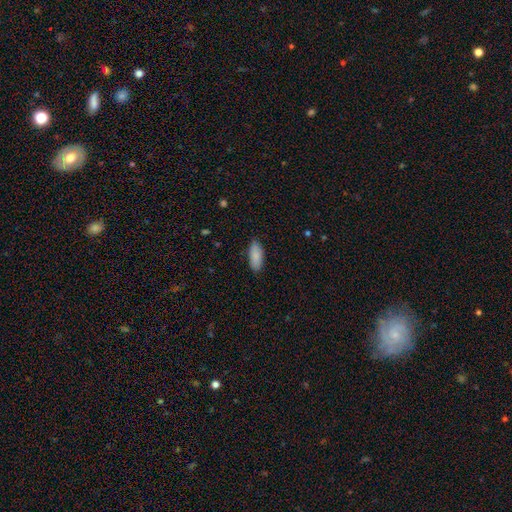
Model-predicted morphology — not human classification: Smooth or featured?
  - smooth: 87% *
  - featured or disk: 7%
  - star or artifact: 6%
How rounded?
  - in between: 84% *
  - cigar-shaped: 15%
  - round: 2%
Merging?
  - none: 85% *
  - minor disturbance: 12%
  - major disturbance: 2%
  - merger: 1%